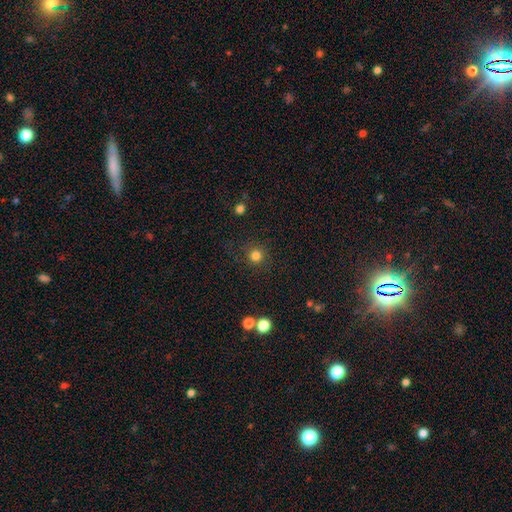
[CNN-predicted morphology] A smooth galaxy with no disk features (81%) that is round (94%).

Vote fractions:
- Smooth or featured? smooth: 81% / star or artifact: 14% / featured or disk: 5%
- How rounded? round: 94% / in between: 5% / cigar-shaped: 1%
- Merging? none: 86% / minor disturbance: 8% / major disturbance: 4% / merger: 2%